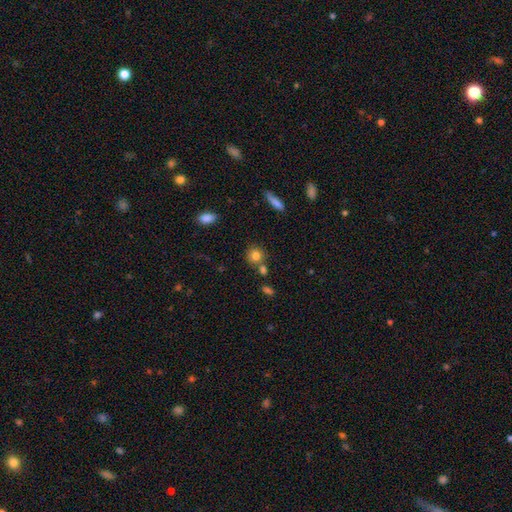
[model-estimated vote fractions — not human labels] Smooth or featured? smooth (80%)
How rounded? round (84%)
Merging? none (66%)